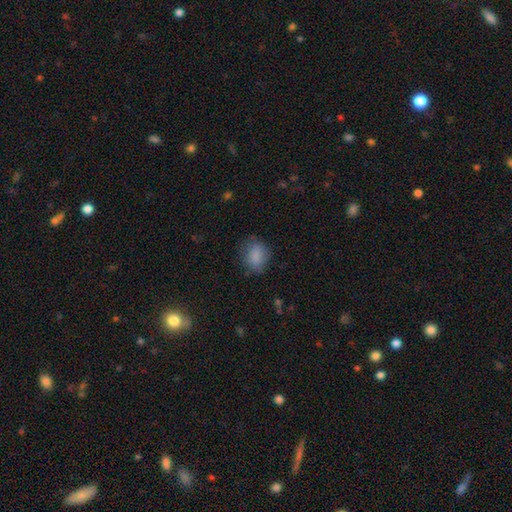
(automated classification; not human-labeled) A smooth galaxy with no disk features (82%) that is round (54%).

Vote fractions:
- Smooth or featured? smooth: 82% / star or artifact: 9% / featured or disk: 9%
- How rounded? round: 54% / in between: 45% / cigar-shaped: 1%
- Merging? none: 70% / minor disturbance: 21% / major disturbance: 7% / merger: 1%